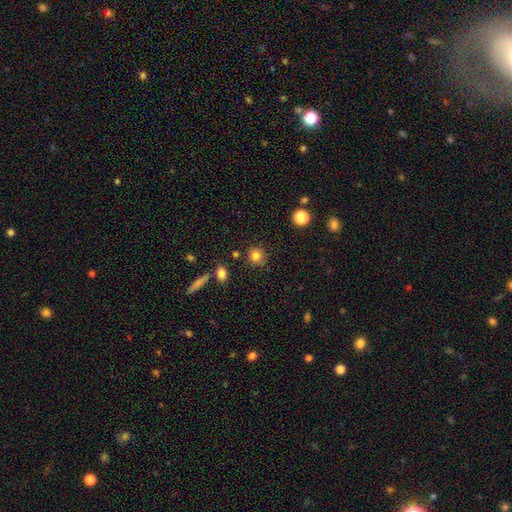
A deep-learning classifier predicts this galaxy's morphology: Smooth or featured? smooth (82%)
How rounded? round (88%)
Merging? none (80%)